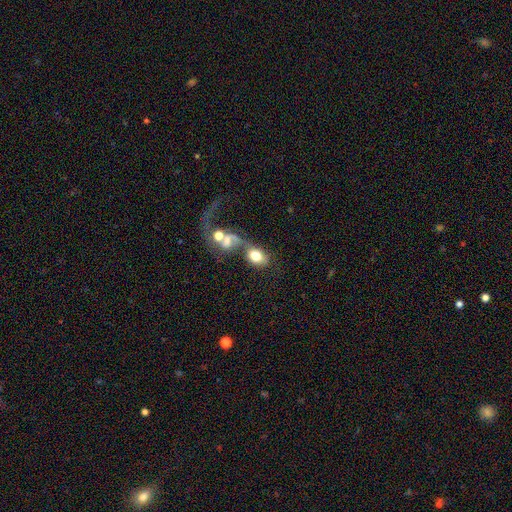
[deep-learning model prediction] Smooth or featured? Predicted: smooth (p=0.66). How rounded? Predicted: in between (p=0.68). Merging? Predicted: merger (p=0.51).